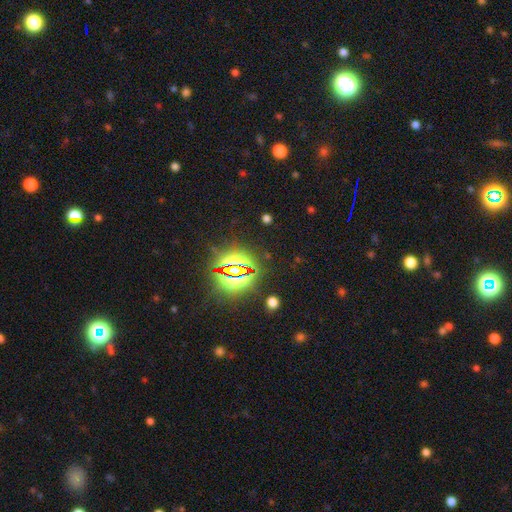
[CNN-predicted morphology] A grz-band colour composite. It shows a star or artifact, not a galaxy (84%).